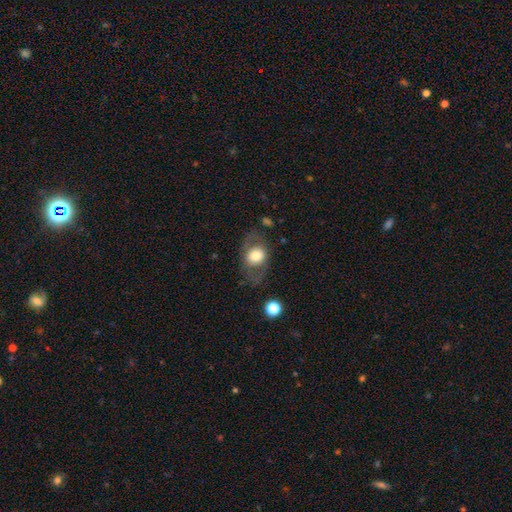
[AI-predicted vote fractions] This is possibly a smooth galaxy (59%). How rounded: possibly in between (55%). Merging: likely none (67%).